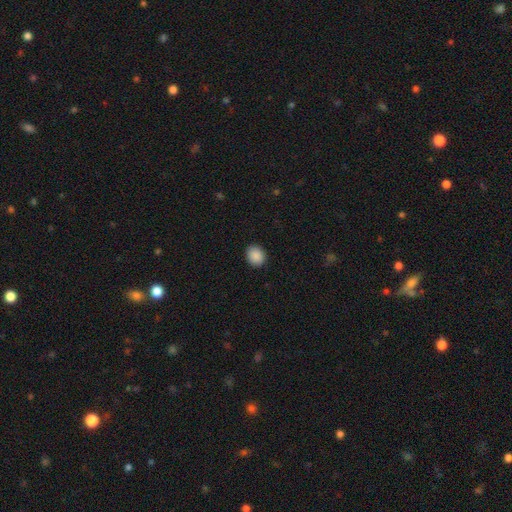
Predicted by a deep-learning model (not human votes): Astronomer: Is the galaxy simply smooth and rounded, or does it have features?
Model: smooth — 89%.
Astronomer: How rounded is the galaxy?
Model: round — 63%.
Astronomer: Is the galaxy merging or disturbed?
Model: none — 90%.